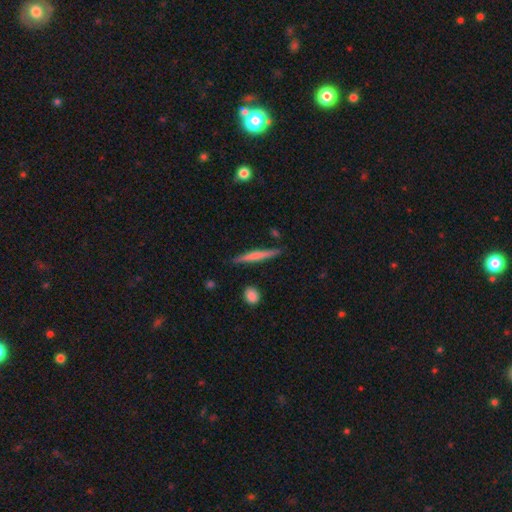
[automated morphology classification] Smooth or featured: smooth — 57% (featured or disk — 37%)
How rounded: cigar-shaped — 94% (in between — 4%)
Merging: none — 87% (minor disturbance — 9%)